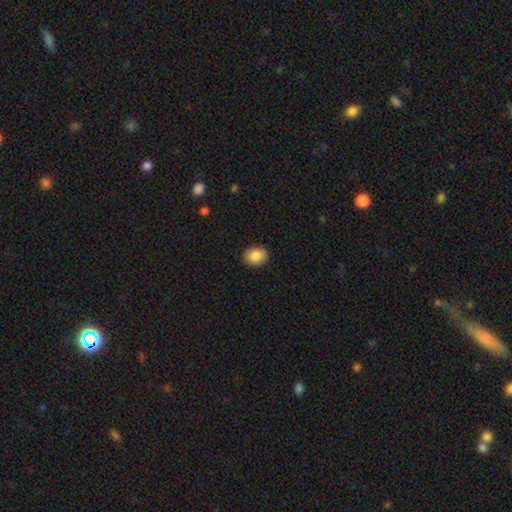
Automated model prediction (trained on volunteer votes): Overall: smooth (87%). How rounded: in between (56%; round 43%). Merging: none (90%).